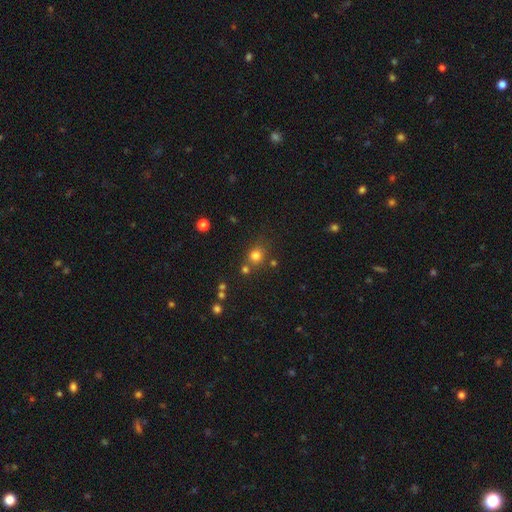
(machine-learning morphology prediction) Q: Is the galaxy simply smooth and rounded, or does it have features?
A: smooth — 77%.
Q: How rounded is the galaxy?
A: round — 84%.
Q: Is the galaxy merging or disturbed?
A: none — 69%.